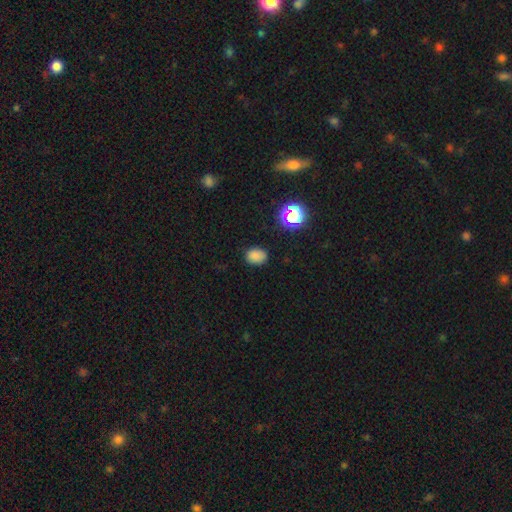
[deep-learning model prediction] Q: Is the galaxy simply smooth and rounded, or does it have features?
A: smooth — 79%.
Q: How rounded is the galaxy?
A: in between — 65%.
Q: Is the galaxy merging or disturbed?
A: none — 83%.